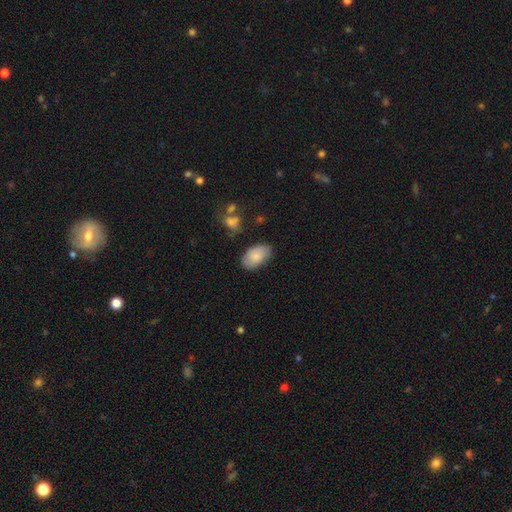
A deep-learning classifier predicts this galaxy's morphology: A smooth galaxy with no disk features (83%) that is in between round and cigar-shaped (94%).

Vote fractions:
- Smooth or featured? smooth: 83% / featured or disk: 11% / star or artifact: 6%
- How rounded? in between: 94% / round: 5% / cigar-shaped: 1%
- Merging? none: 78% / minor disturbance: 16% / major disturbance: 3% / merger: 2%